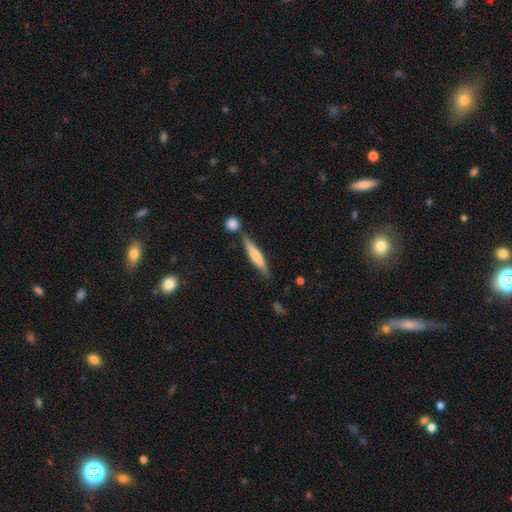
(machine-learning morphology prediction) smooth_or_featured: smooth (p=0.58) [alt: featured or disk p=0.36]
how_rounded: cigar-shaped (p=0.90) [alt: in between p=0.08]
merging: none (p=0.73) [alt: minor disturbance p=0.13]